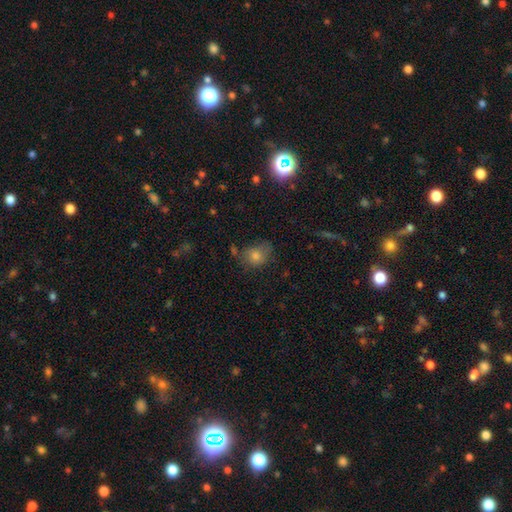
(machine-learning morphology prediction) A smooth galaxy with no disk features (67%) that is round (60%).

Vote fractions:
- Smooth or featured? smooth: 67% / star or artifact: 21% / featured or disk: 12%
- How rounded? round: 60% / in between: 39% / cigar-shaped: 1%
- Merging? none: 60% / minor disturbance: 25% / major disturbance: 10% / merger: 5%